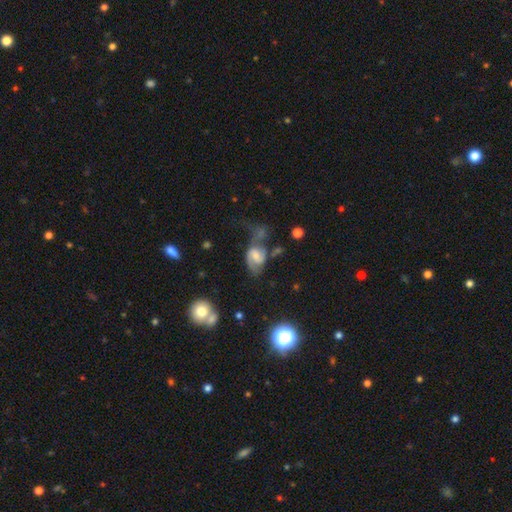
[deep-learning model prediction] Smooth or featured? featured or disk (62%)
Edge-on disk? no (96%)
Bar? weak (49%)
Spiral arms? yes (83%)
Bulge size? moderate (40%)
Merging? none (31%)